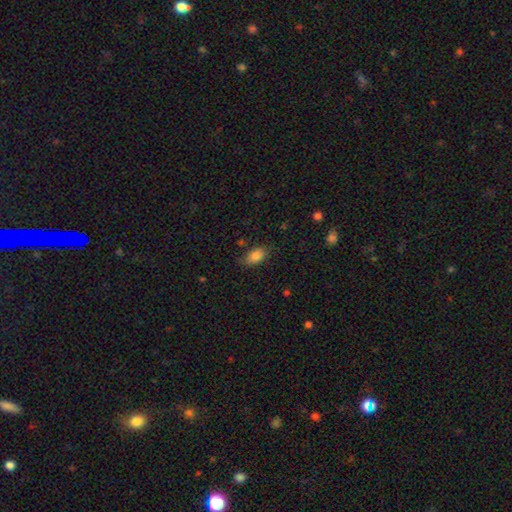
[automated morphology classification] A smooth galaxy with no disk features (84%) that is in between round and cigar-shaped (90%). Merging: none (77%).